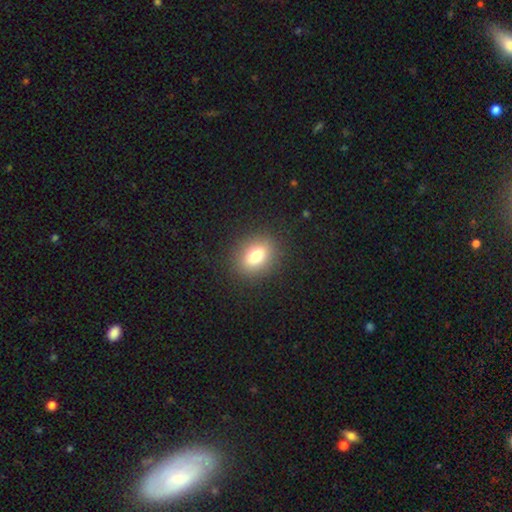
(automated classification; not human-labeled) smooth_or_featured: smooth (p=0.75) [alt: featured or disk p=0.13]
how_rounded: in between (p=0.58) [alt: round p=0.40]
merging: none (p=0.87) [alt: minor disturbance p=0.08]